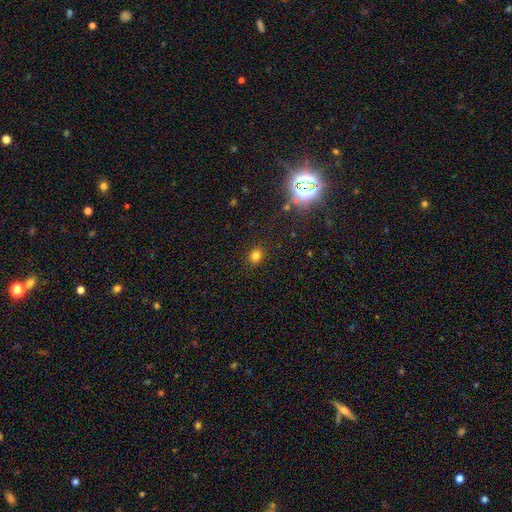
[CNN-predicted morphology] A smooth galaxy with no disk features (77%) that is round (66%). Merging: none (88%).